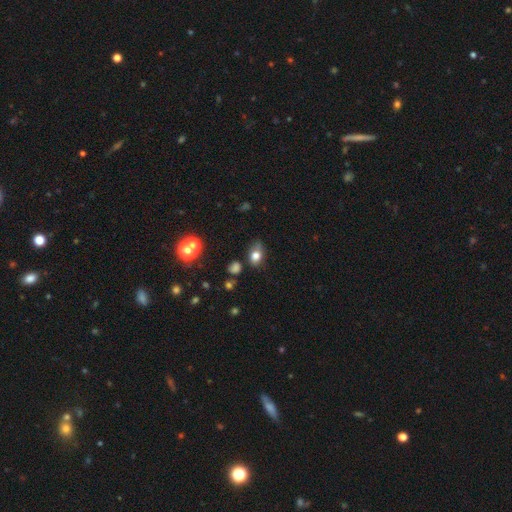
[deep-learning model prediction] smooth-or-featured: smooth: 76% | star or artifact: 13% | featured or disk: 11%
  how-rounded: in between: 72% | round: 27% | cigar-shaped: 2%
  merging: none: 54% | minor disturbance: 31% | major disturbance: 10% | merger: 5%